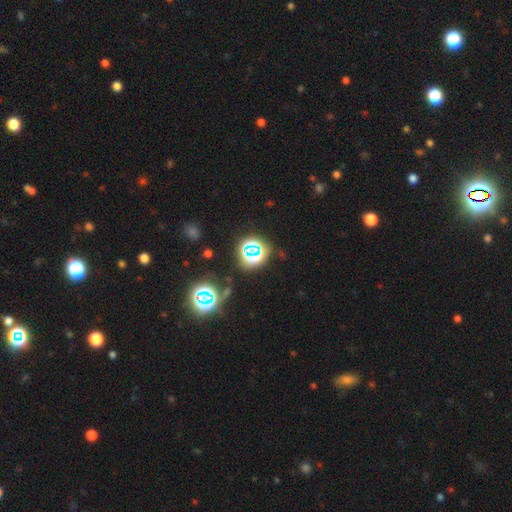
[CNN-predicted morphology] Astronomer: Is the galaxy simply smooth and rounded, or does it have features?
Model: star or artifact — 70%.